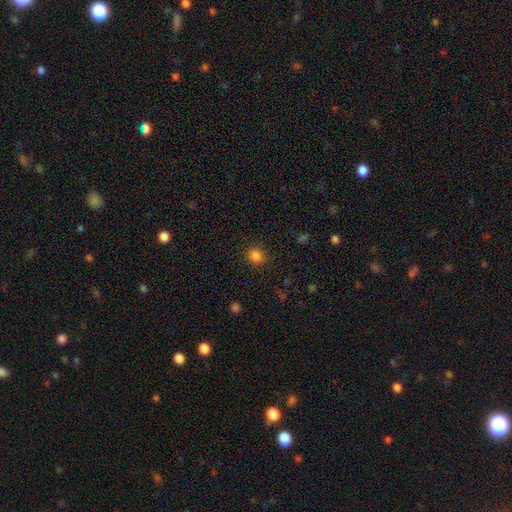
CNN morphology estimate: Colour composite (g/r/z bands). It shows a smooth galaxy with no disk features (83%) that is round (88%). Merging: none (89%).